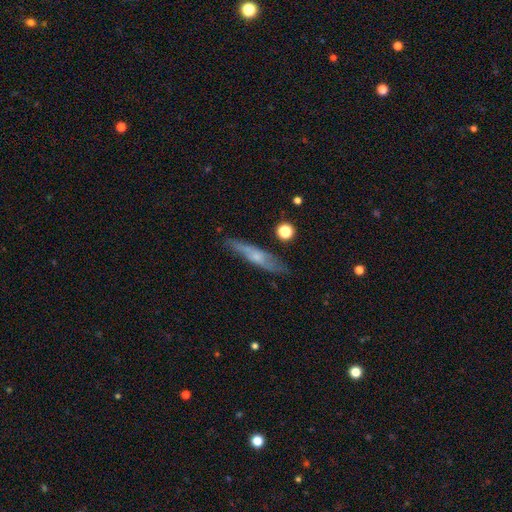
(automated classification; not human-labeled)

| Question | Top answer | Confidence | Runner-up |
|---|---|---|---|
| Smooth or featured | featured or disk | 52% | smooth (41%) |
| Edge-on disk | yes | 80% | no (20%) |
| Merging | none | 79% | minor disturbance (15%) |